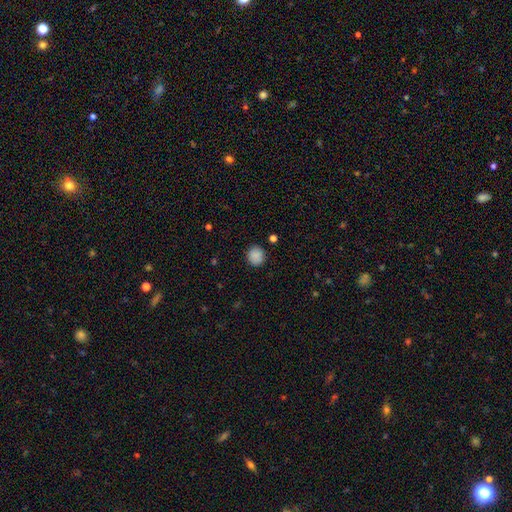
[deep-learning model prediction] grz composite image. It shows a smooth galaxy with no disk features (88%) that is round (89%). Merging: none (89%).